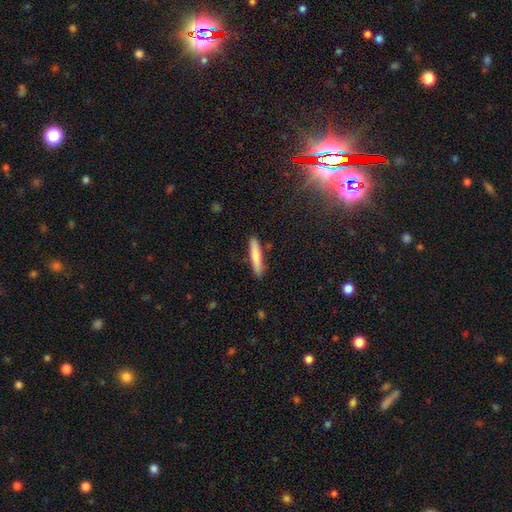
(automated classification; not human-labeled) A smooth galaxy with no disk features (76%) that is cigar-shaped (90%). Merging: none (87%).